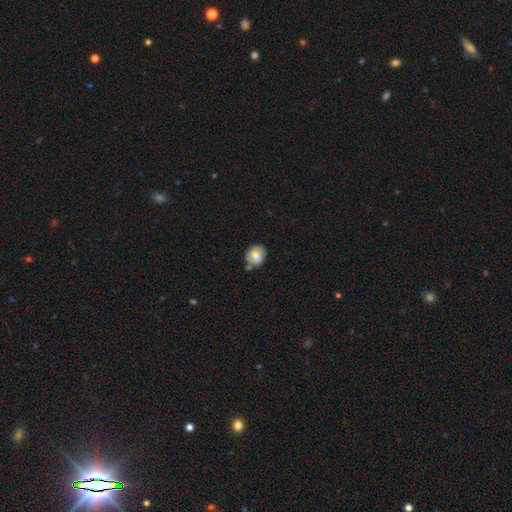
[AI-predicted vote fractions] smooth_or_featured: smooth (p=0.70) [alt: featured or disk p=0.22]
how_rounded: round (p=0.65) [alt: in between p=0.34]
merging: none (p=0.68) [alt: minor disturbance p=0.19]